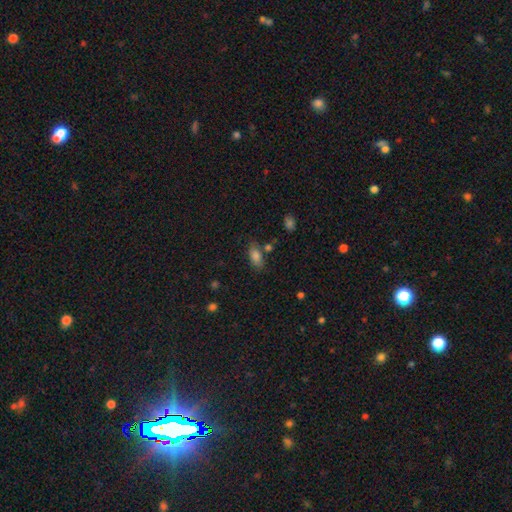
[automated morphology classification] Smooth or featured? Predicted: smooth (p=0.82). How rounded? Predicted: in between (p=0.88). Merging? Predicted: none (p=0.71).